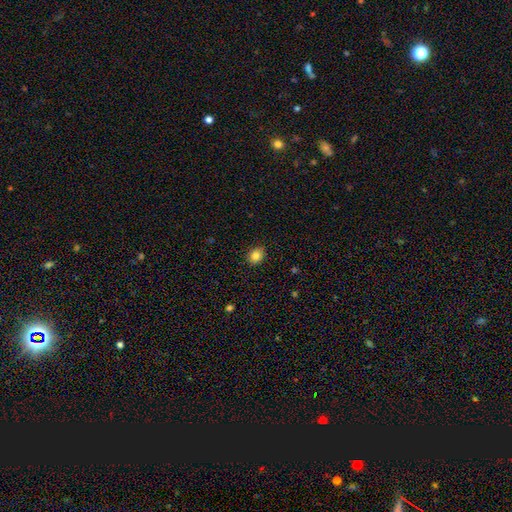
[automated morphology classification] A smooth galaxy with no disk features (84%) that is round (71%). Merging: none (88%).